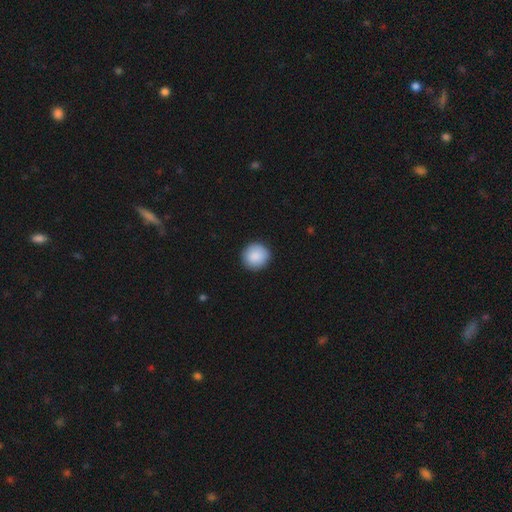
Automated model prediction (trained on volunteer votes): This is clearly a smooth galaxy (90%). How rounded: clearly round (94%). Merging: clearly none (92%).